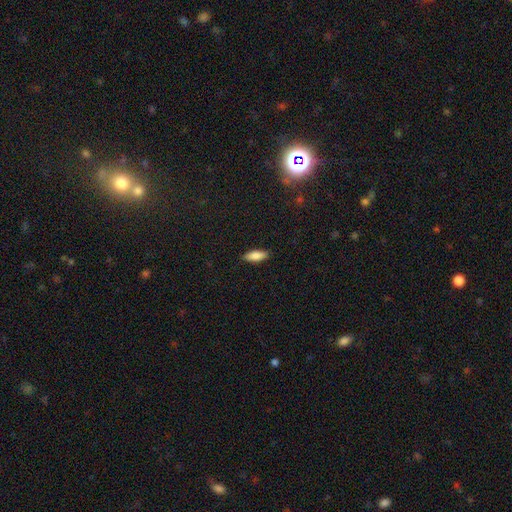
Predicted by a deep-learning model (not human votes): smooth-or-featured: smooth: 85% | featured or disk: 9% | star or artifact: 7%
  how-rounded: in between: 68% | cigar-shaped: 30% | round: 2%
  merging: none: 87% | minor disturbance: 10% | major disturbance: 2% | merger: 1%